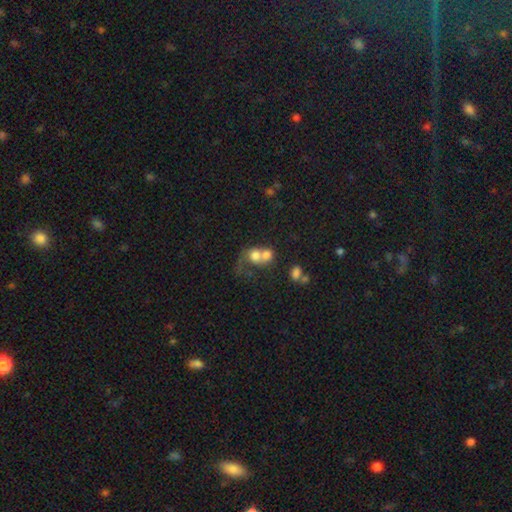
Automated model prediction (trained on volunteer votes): Overall: smooth (65%). How rounded: round (68%; in between 31%). Merging: merger (70%).